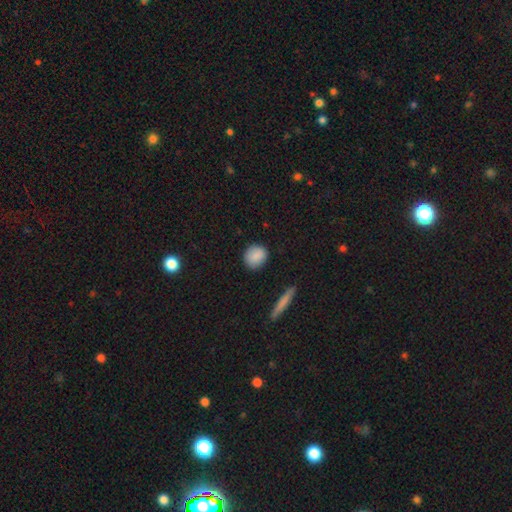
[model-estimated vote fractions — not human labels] This appears to be a smooth galaxy with no disk features (87%) that is round (76%). Merging: none (87%).